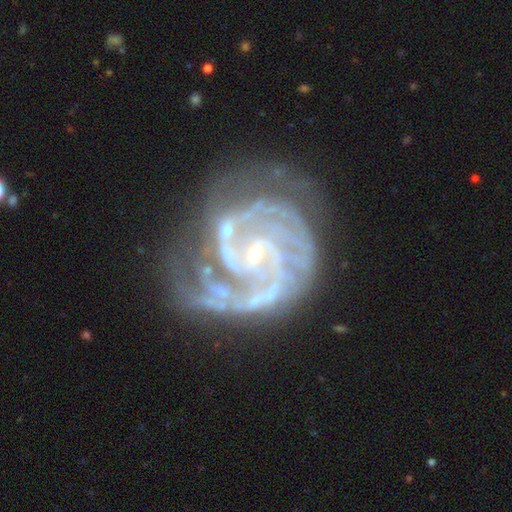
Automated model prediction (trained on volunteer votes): Smooth or featured? featured or disk (91%)
Edge-on disk? no (98%)
Bar? no (49%)
Spiral arms? yes (98%)
Spiral winding? tight (63%)
Spiral arm count? 3 (31%)
Bulge size? small (83%)
Merging? none (60%)